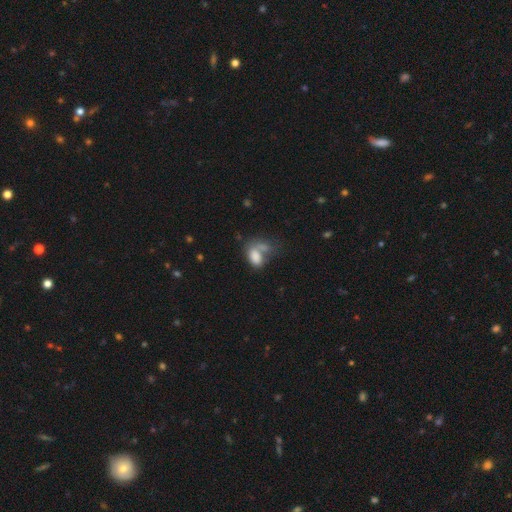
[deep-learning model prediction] smooth_or_featured: smooth (p=0.79) [alt: featured or disk p=0.11]
how_rounded: in between (p=0.87) [alt: round p=0.10]
merging: merger (p=0.44) [alt: none p=0.27]